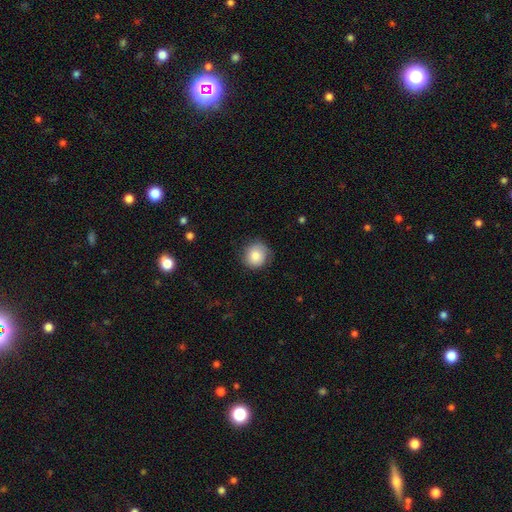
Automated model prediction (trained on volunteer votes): The model was most divided on "merging": none: 79%, minor disturbance: 16%, major disturbance: 4%, merger: 1%. More confident: how rounded — round (90%); smooth or featured — smooth (83%).